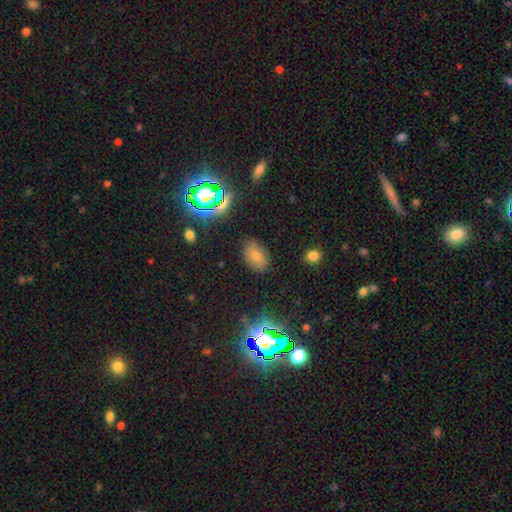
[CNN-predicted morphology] Smooth or featured?
  - smooth: 57% *
  - star or artifact: 30%
  - featured or disk: 13%
How rounded?
  - in between: 86% *
  - round: 12%
  - cigar-shaped: 2%
Merging?
  - none: 83% *
  - minor disturbance: 12%
  - major disturbance: 4%
  - merger: 2%